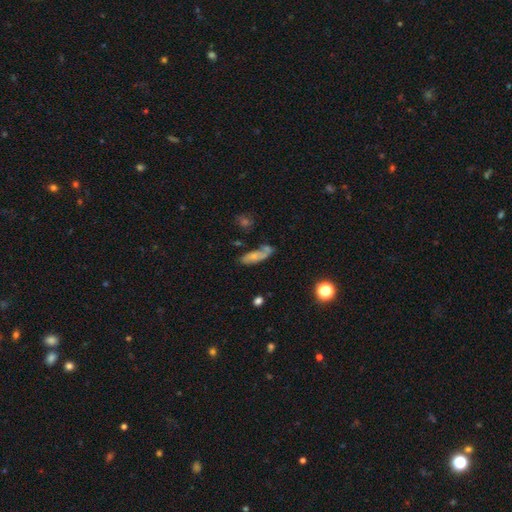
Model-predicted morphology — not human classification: type=smooth (52%); roundness=in between (54%); merging=none (50%).